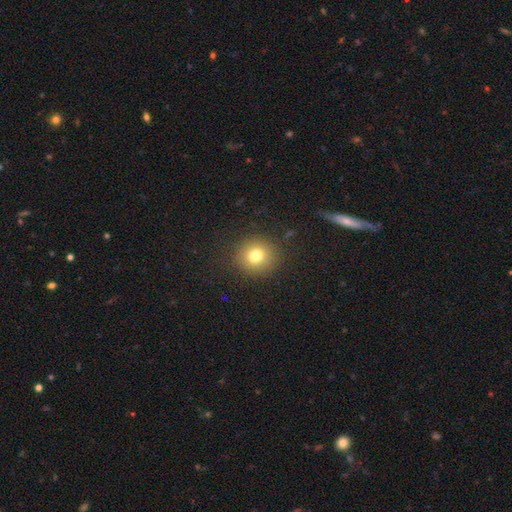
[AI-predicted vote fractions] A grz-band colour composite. It shows a smooth galaxy with no disk features (76%) that is round (88%). Merging: none (88%).